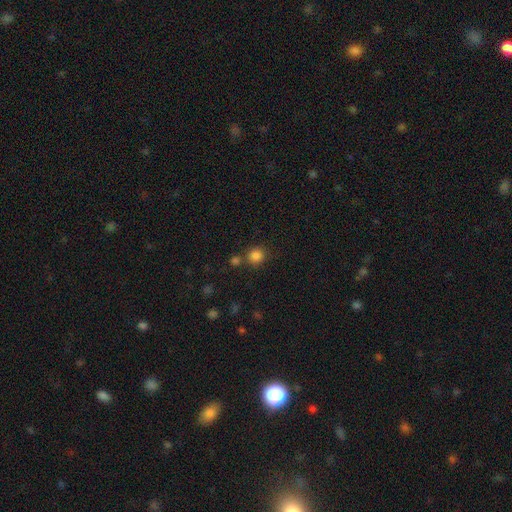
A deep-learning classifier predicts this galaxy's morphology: Overall: smooth (83%). How rounded: round (88%). Merging: none (73%).